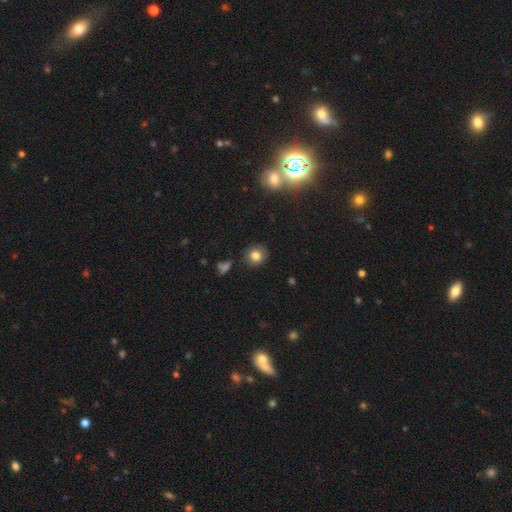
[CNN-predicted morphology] A smooth galaxy with no disk features (80%) that is round (81%). Merging: none (83%).